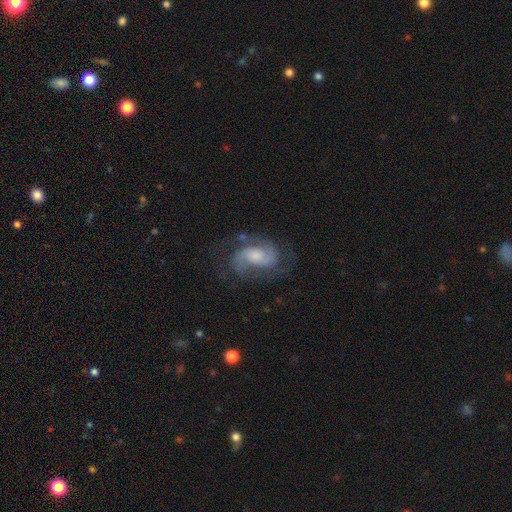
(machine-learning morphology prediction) Smooth or featured? featured or disk (83%)
Edge-on disk? no (97%)
Bar? no (51%)
Spiral arms? yes (96%)
Spiral winding? medium (52%)
Spiral arm count? 2 (79%)
Bulge size? small (40%)
Merging? none (68%)